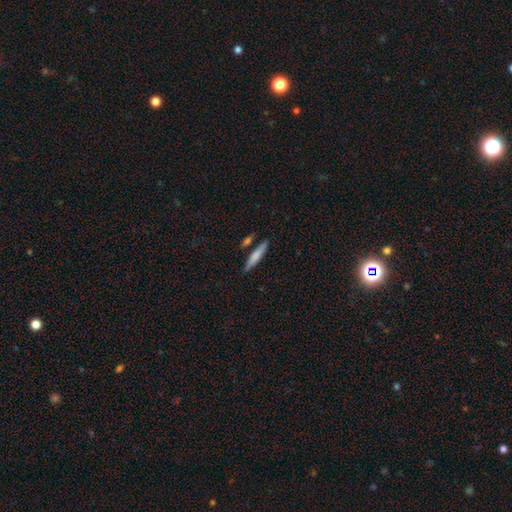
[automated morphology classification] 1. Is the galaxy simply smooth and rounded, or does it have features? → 71% smooth, 24% featured or disk, 6% star or artifact.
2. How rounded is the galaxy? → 90% cigar-shaped, 8% in between, 2% round.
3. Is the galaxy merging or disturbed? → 80% none, 10% minor disturbance, 8% merger, 2% major disturbance.